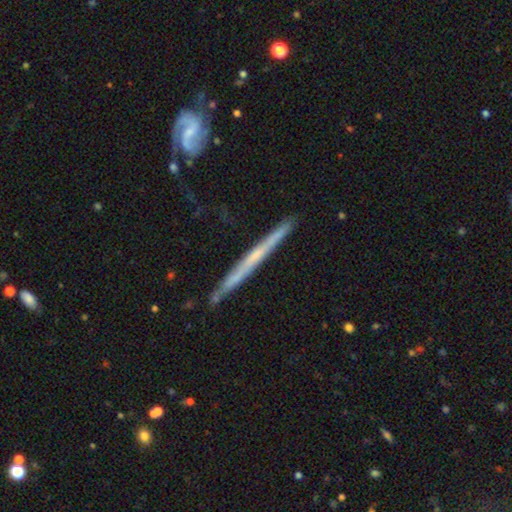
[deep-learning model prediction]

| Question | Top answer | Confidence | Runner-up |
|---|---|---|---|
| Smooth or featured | featured or disk | 68% | smooth (26%) |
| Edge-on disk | yes | 96% | no (4%) |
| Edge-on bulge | none | 76% | rounded (19%) |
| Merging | none | 84% | minor disturbance (12%) |